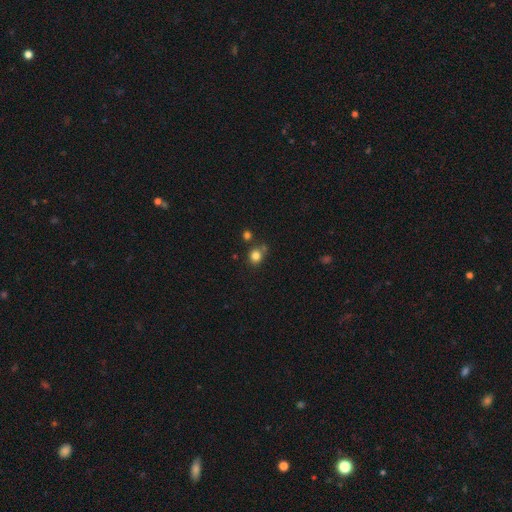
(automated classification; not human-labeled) smooth-or-featured: smooth: 82% | star or artifact: 13% | featured or disk: 6%
  how-rounded: round: 81% | in between: 18% | cigar-shaped: 1%
  merging: none: 68% | merger: 14% | minor disturbance: 13% | major disturbance: 5%